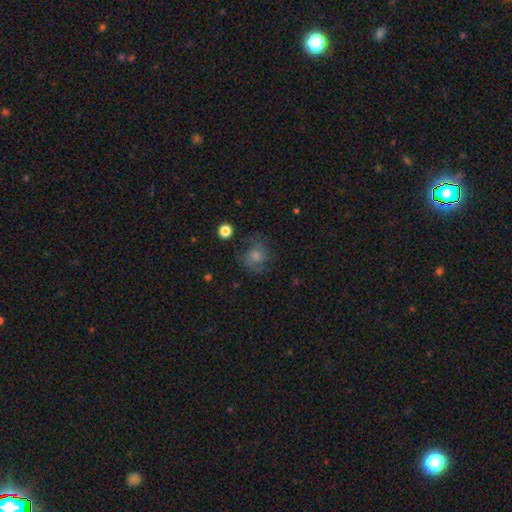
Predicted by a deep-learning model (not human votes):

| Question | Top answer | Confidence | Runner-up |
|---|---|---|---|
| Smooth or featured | featured or disk | 51% | smooth (31%) |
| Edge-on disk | no | 97% | yes (3%) |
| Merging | none | 72% | minor disturbance (16%) |